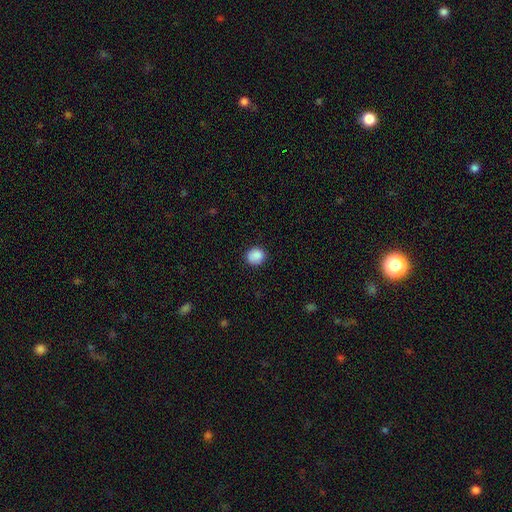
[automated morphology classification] Smooth or featured? smooth (88%)
How rounded? round (83%)
Merging? none (85%)